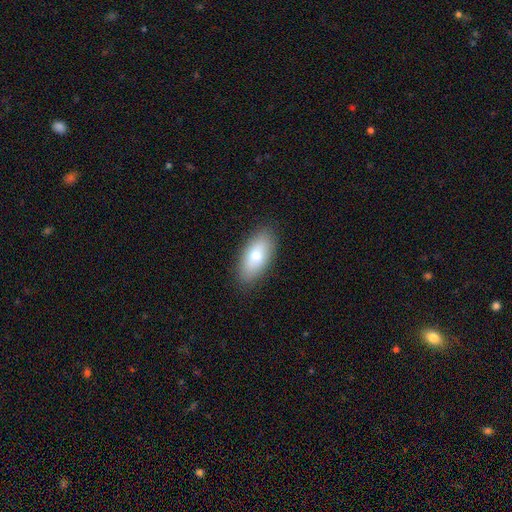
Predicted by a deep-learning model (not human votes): The model was most divided on "smooth or featured": smooth: 76%, featured or disk: 18%, star or artifact: 7%. More confident: how rounded — in between (88%); merging — none (88%).